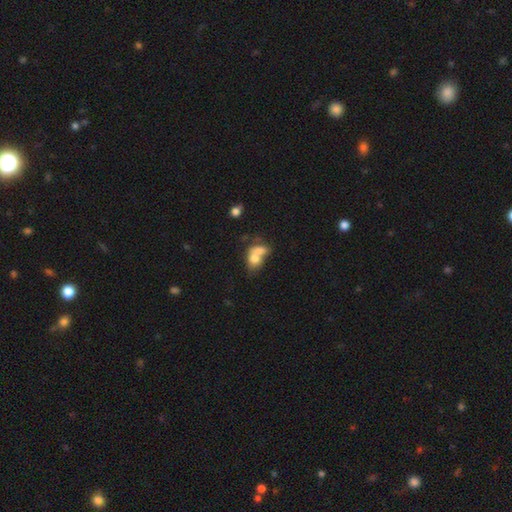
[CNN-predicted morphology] Smooth or featured? smooth (70%)
How rounded? in between (65%)
Merging? merger (64%)